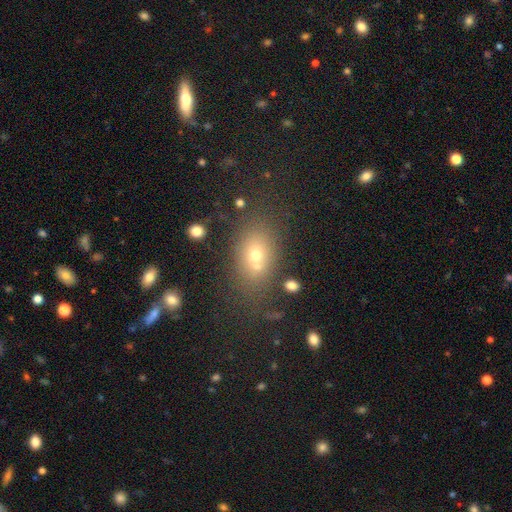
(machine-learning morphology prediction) Smooth or featured?
  - smooth: 63% *
  - star or artifact: 22%
  - featured or disk: 16%
How rounded?
  - in between: 73% *
  - round: 23%
  - cigar-shaped: 4%
Merging?
  - none: 74% *
  - minor disturbance: 12%
  - merger: 9%
  - major disturbance: 6%